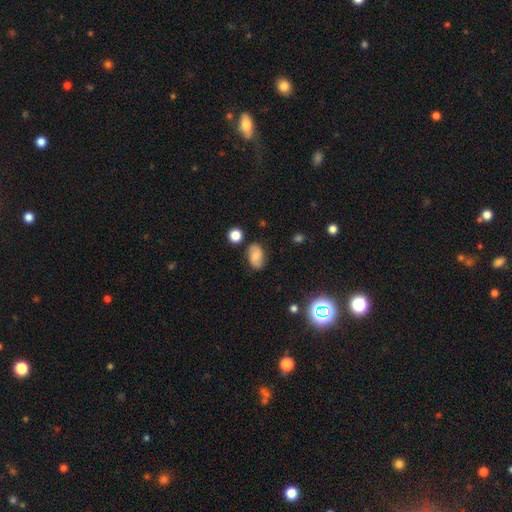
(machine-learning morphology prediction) Overall: smooth (62%; featured or disk 28%). How rounded: in between (87%). Merging: none (77%).